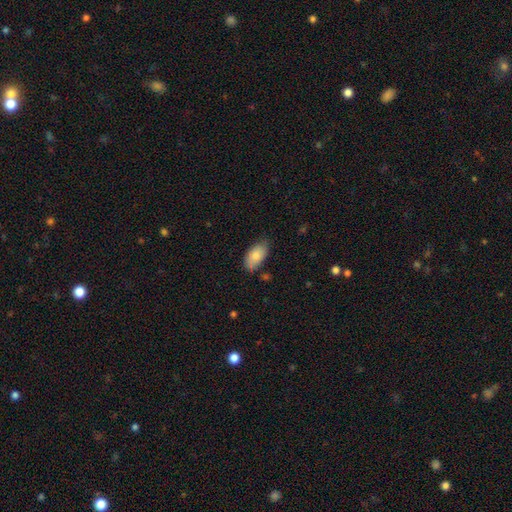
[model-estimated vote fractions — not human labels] Smooth or featured?
  - smooth: 83% *
  - featured or disk: 10%
  - star or artifact: 7%
How rounded?
  - in between: 94% *
  - round: 3%
  - cigar-shaped: 3%
Merging?
  - none: 70% *
  - minor disturbance: 24%
  - major disturbance: 4%
  - merger: 3%